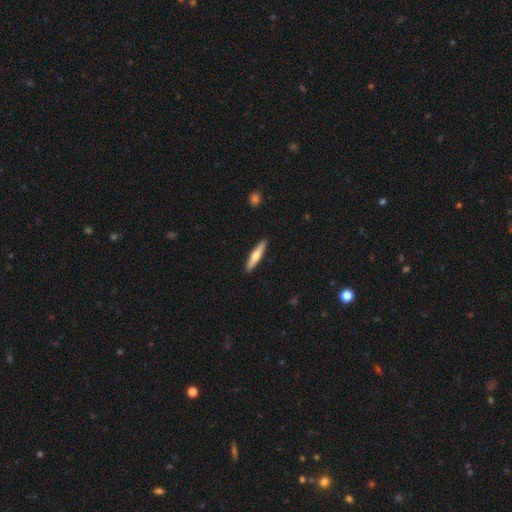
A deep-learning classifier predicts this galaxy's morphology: Q: Smooth or featured?
A: smooth (54%); runner-up: featured or disk (41%)
Q: How rounded?
A: cigar-shaped (88%); runner-up: in between (10%)
Q: Merging?
A: none (91%); runner-up: minor disturbance (6%)